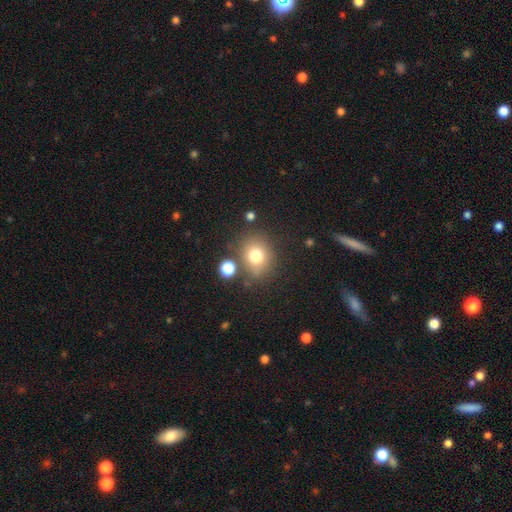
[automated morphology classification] The model was most divided on "how rounded": round: 70%, in between: 29%, cigar-shaped: 1%. More confident: smooth or featured — smooth (76%); merging — none (72%).